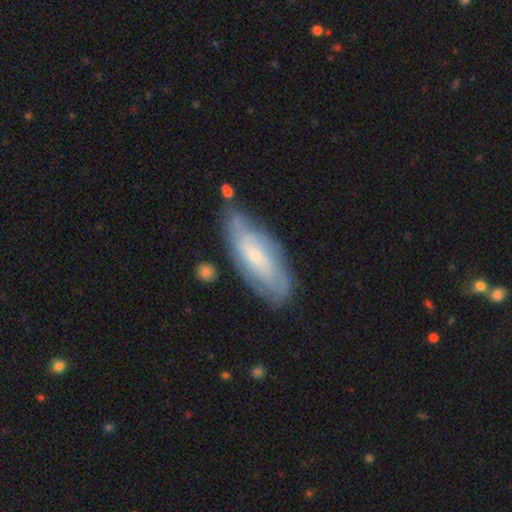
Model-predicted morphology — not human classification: Smooth or featured? Predicted: featured or disk (p=0.61). Edge-on disk? Predicted: no (p=0.85). Bar? Predicted: no (p=0.58). Spiral arms? Predicted: yes (p=0.81). Bulge size? Predicted: small (p=0.67). Merging? Predicted: none (p=0.69).